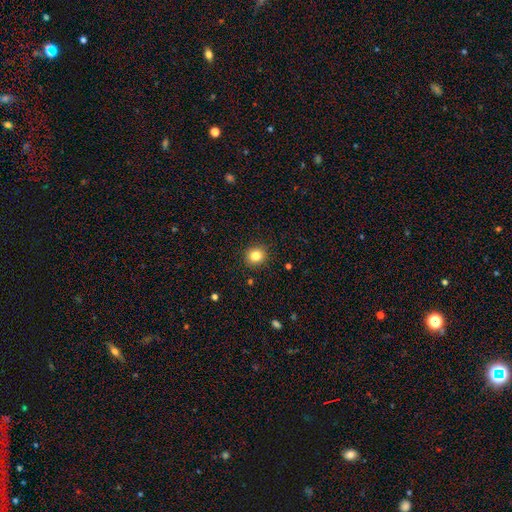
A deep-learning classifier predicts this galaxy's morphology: This appears to be a smooth galaxy with no disk features (83%) that is round (83%). Merging: none (91%).